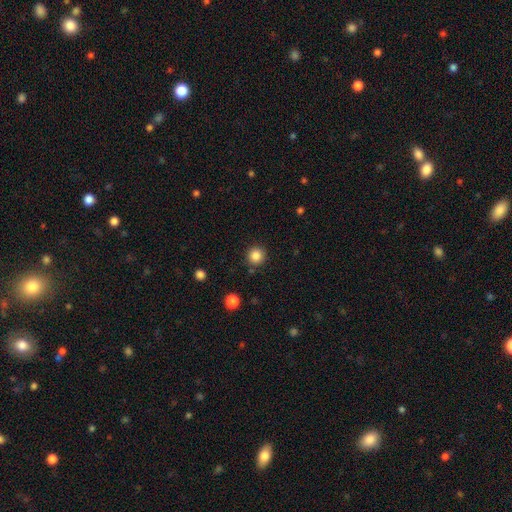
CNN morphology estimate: type=smooth (85%); roundness=round (94%); merging=none (89%).